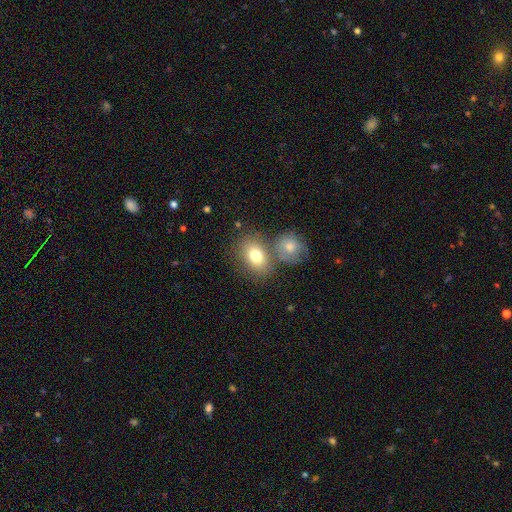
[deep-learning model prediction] A smooth galaxy with no disk features (76%) that is in between round and cigar-shaped (72%). Merging: none (55%).